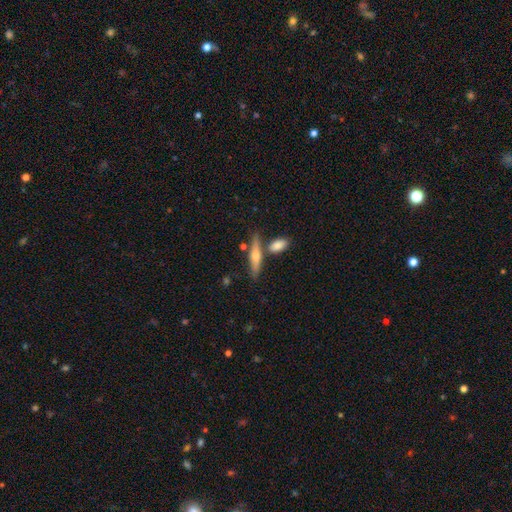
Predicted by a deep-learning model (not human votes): Q: Smooth or featured?
A: featured or disk (48%); runner-up: smooth (45%)
Q: Merging?
A: none (67%); runner-up: merger (18%)